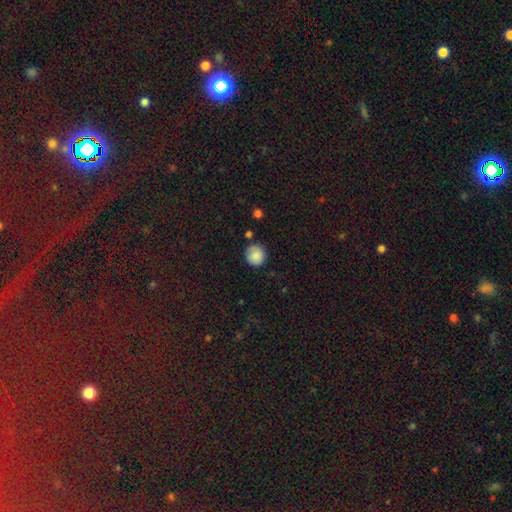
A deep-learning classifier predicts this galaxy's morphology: Overall: smooth (83%). How rounded: round (91%). Merging: none (79%).